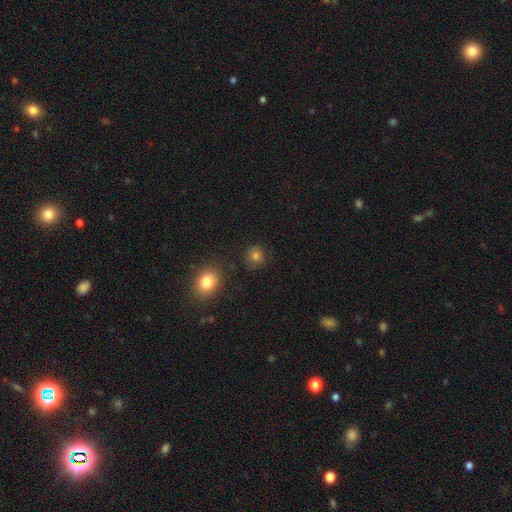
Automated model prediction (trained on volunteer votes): Q: Smooth or featured?
A: smooth (80%); runner-up: star or artifact (13%)
Q: How rounded?
A: round (88%); runner-up: in between (11%)
Q: Merging?
A: none (84%); runner-up: minor disturbance (10%)